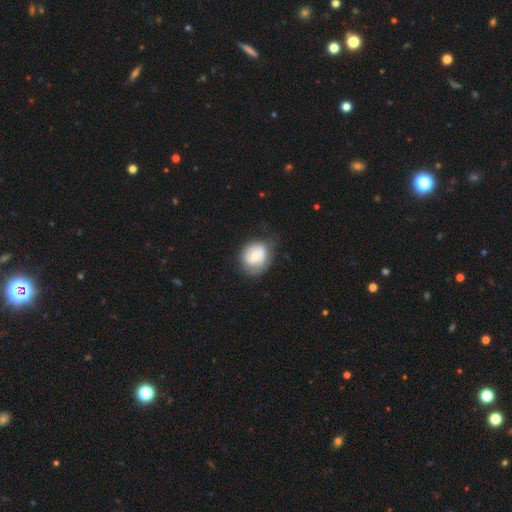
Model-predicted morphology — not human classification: The model was most divided on "bar": no: 49%, weak: 41%, strong: 10%. More confident: edge-on disk — no (97%); spiral arms — yes (76%); merging — none (68%); smooth or featured — featured or disk (57%); bulge size — moderate (55%).